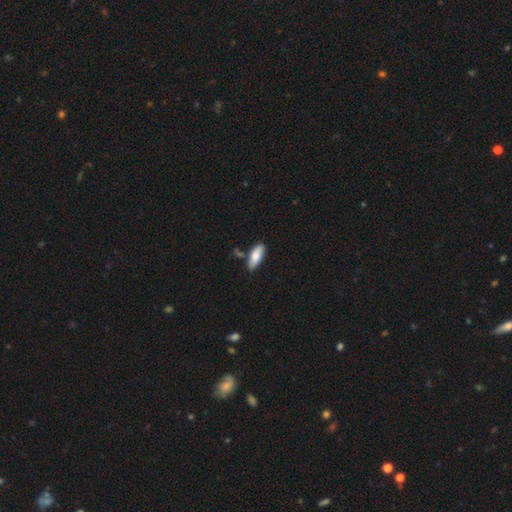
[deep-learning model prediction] Morphology: type=smooth (79%); roundness=in between (75%); merging=none (74%).